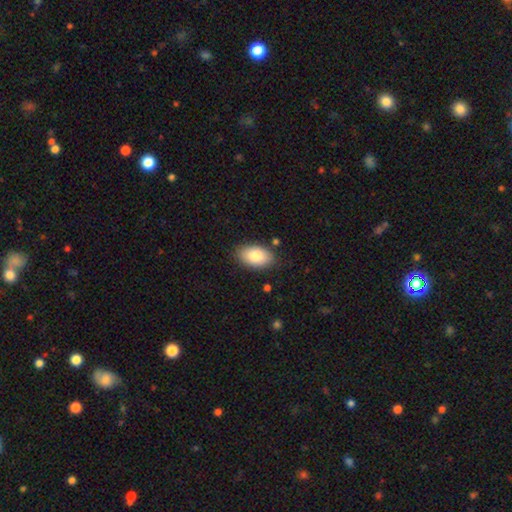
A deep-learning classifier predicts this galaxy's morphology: type=smooth (83%); roundness=in between (93%); merging=none (83%).